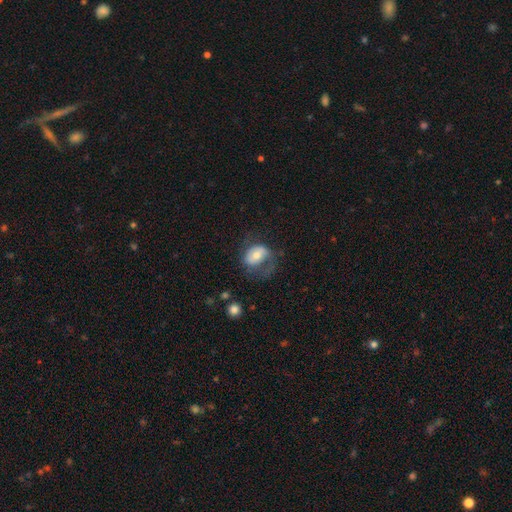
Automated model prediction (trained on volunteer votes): A smooth galaxy with no disk features (50%) that is in between round and cigar-shaped (68%). Merging: none (37%, tied with major disturbance).